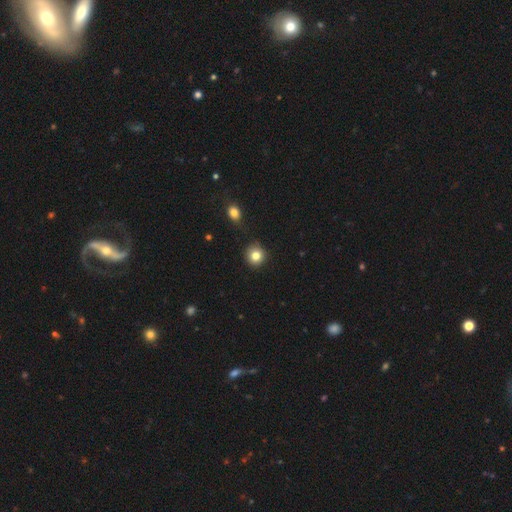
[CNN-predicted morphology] This appears to be a smooth galaxy with no disk features (81%) that is round (90%). Merging: none (85%).